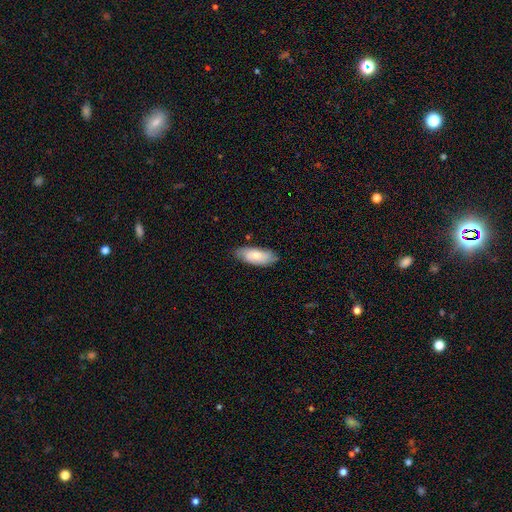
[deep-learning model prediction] The model was most divided on "smooth or featured": smooth: 72%, featured or disk: 23%, star or artifact: 6%. More confident: how rounded — in between (82%); merging — none (79%).